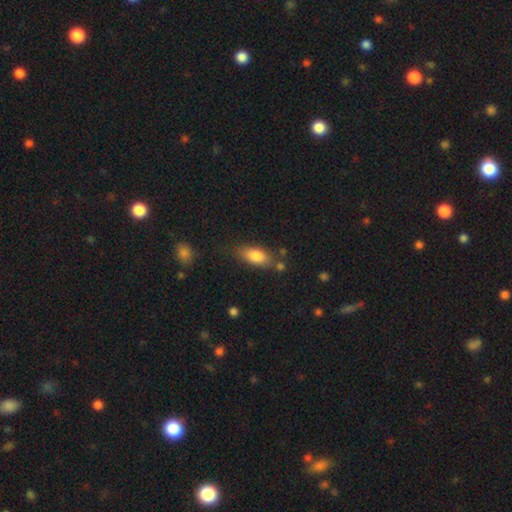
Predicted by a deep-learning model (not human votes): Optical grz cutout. It shows a smooth galaxy with no disk features (80%) that is in between round and cigar-shaped (83%). Merging: none (73%).